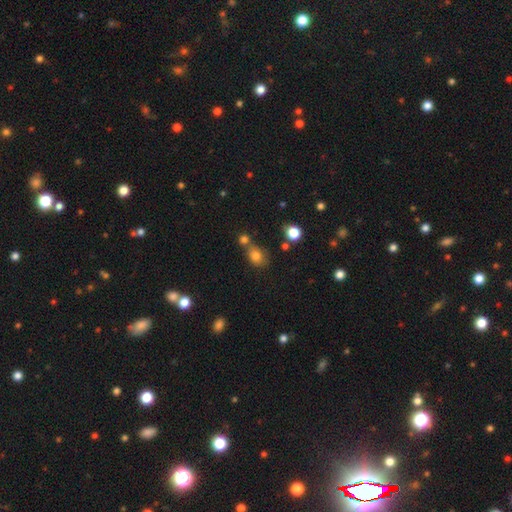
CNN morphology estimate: The model was most divided on "how rounded": round: 50%, in between: 48%, cigar-shaped: 1%. More confident: smooth or featured — smooth (79%); merging — none (51%).